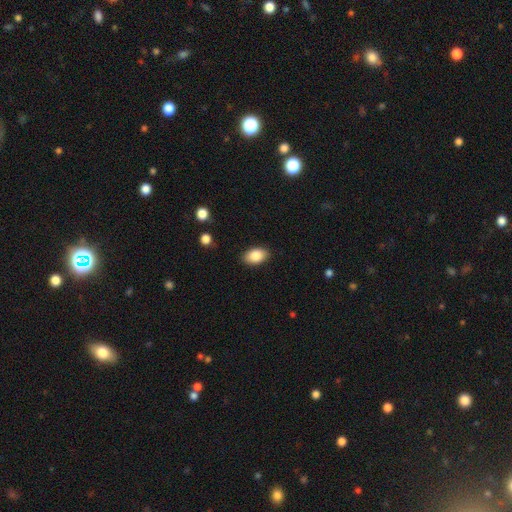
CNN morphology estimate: smooth_or_featured: smooth (p=0.86) [alt: star or artifact p=0.07]
how_rounded: in between (p=0.89) [alt: round p=0.09]
merging: none (p=0.87) [alt: minor disturbance p=0.10]